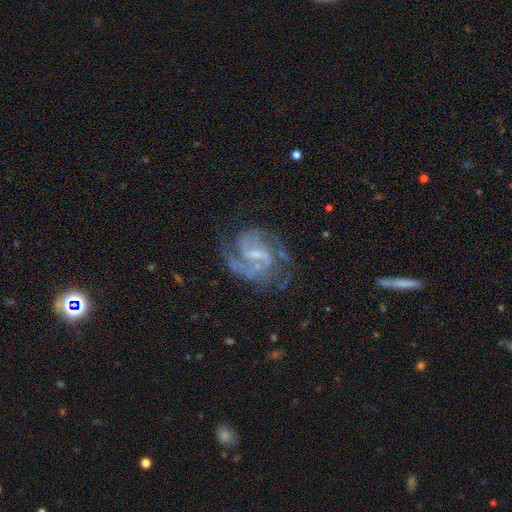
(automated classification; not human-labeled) featured or disk 88%, star or artifact 6%, smooth 6%. Down the decision tree: edge-on disk — no (98%); bar — weak (53%); spiral arms — yes (95%); spiral arm count — 2 (61%); spiral winding — medium (52%); bulge size — small (54%); merging — none (63%).